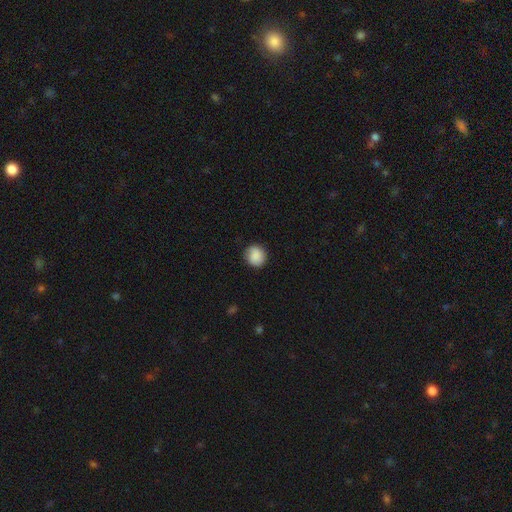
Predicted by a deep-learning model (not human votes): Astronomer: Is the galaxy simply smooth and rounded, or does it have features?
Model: smooth — 87%.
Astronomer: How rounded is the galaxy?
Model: round — 87%.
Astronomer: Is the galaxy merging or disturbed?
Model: none — 85%.